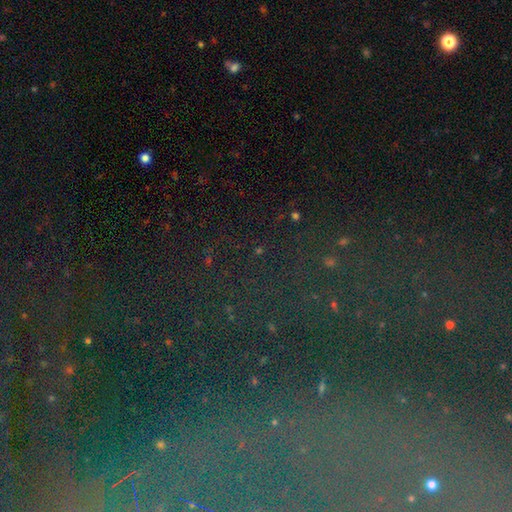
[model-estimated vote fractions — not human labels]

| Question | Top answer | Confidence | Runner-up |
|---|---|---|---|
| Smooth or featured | star or artifact | 65% | featured or disk (21%) |